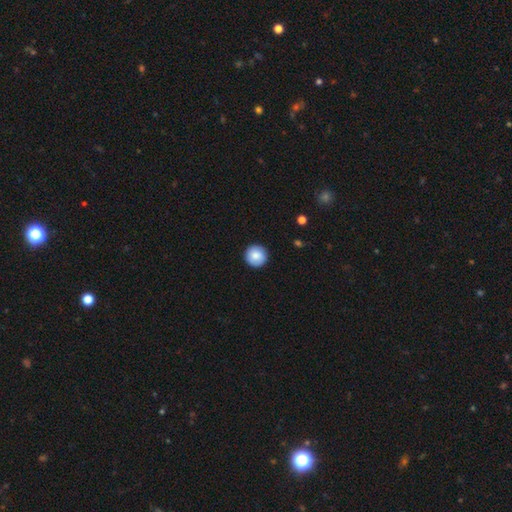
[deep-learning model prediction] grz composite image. It shows a smooth galaxy with no disk features (86%) that is round (96%). Merging: none (92%).